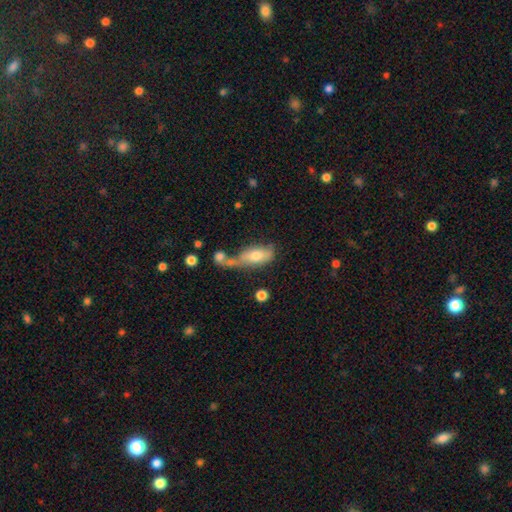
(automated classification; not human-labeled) This appears to be a smooth galaxy with no disk features (65%) that is in between round and cigar-shaped (78%). Merging: merger (34%).